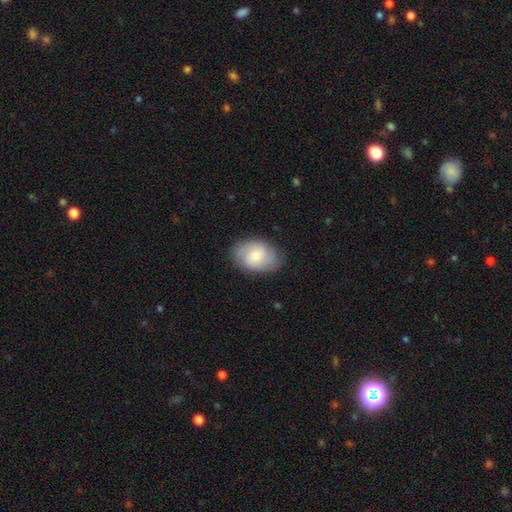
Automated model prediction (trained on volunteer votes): Smooth or featured? Predicted: smooth (p=0.52). How rounded? Predicted: in between (p=0.78). Merging? Predicted: none (p=0.80).